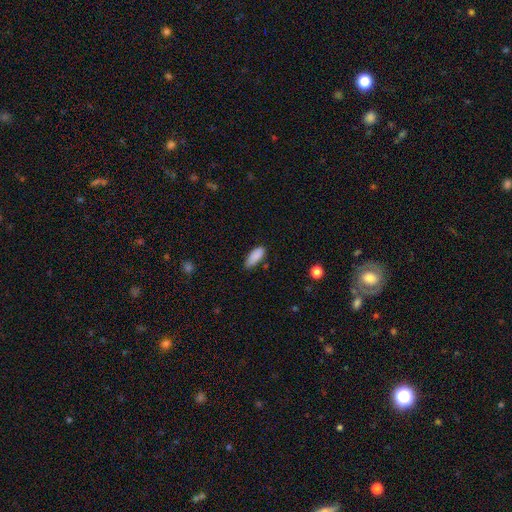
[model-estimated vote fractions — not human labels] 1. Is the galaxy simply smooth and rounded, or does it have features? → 88% smooth, 7% star or artifact, 5% featured or disk.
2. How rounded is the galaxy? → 75% in between, 23% cigar-shaped, 2% round.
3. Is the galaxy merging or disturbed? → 69% none, 25% minor disturbance, 4% major disturbance, 2% merger.